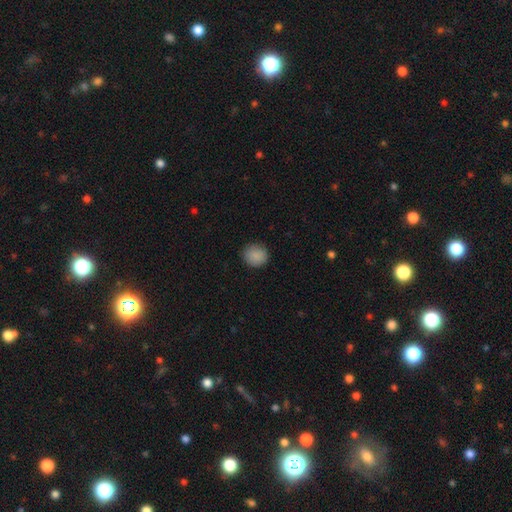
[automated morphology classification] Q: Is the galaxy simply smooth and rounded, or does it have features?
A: smooth — 89%.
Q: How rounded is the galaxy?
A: round — 87%.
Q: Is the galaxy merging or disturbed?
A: none — 88%.